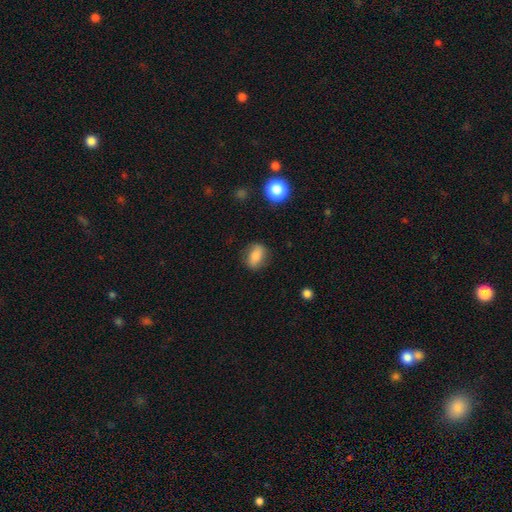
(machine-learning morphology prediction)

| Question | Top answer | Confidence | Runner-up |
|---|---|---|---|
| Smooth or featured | smooth | 75% | featured or disk (16%) |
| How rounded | in between | 72% | round (24%) |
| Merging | none | 80% | minor disturbance (14%) |